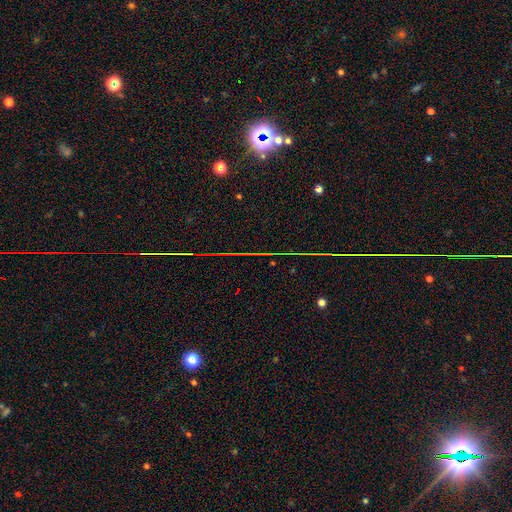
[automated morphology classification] This is clearly a star or artifact rather than a galaxy (83%).